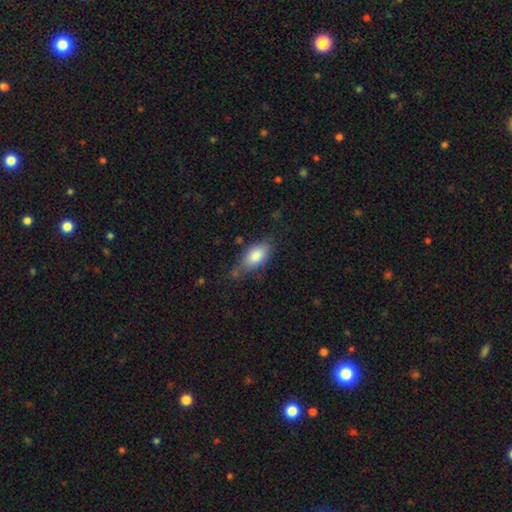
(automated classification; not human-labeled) Q: Smooth or featured?
A: smooth (83%); runner-up: featured or disk (10%)
Q: How rounded?
A: in between (89%); runner-up: cigar-shaped (6%)
Q: Merging?
A: none (60%); runner-up: minor disturbance (28%)